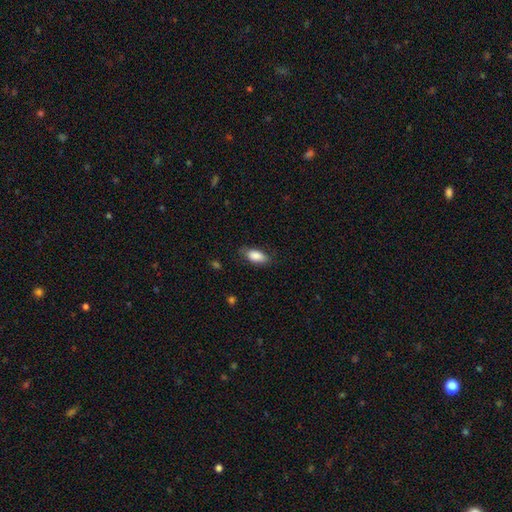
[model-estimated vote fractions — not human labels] A smooth galaxy with no disk features (86%) that is in between round and cigar-shaped (88%).

Vote fractions:
- Smooth or featured? smooth: 86% / featured or disk: 8% / star or artifact: 7%
- How rounded? in between: 88% / cigar-shaped: 9% / round: 3%
- Merging? none: 76% / minor disturbance: 19% / major disturbance: 5% / merger: 1%